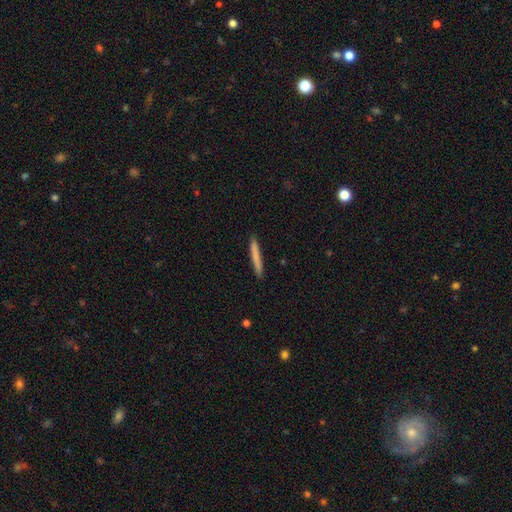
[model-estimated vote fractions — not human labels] Morphology: type=smooth (77%); roundness=cigar-shaped (96%); merging=none (91%).